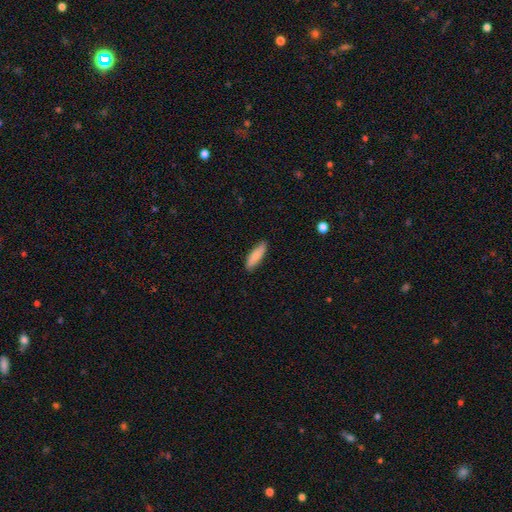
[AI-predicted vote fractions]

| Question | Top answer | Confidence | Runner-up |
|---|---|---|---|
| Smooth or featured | smooth | 84% | featured or disk (11%) |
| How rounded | cigar-shaped | 56% | in between (42%) |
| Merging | none | 86% | minor disturbance (11%) |